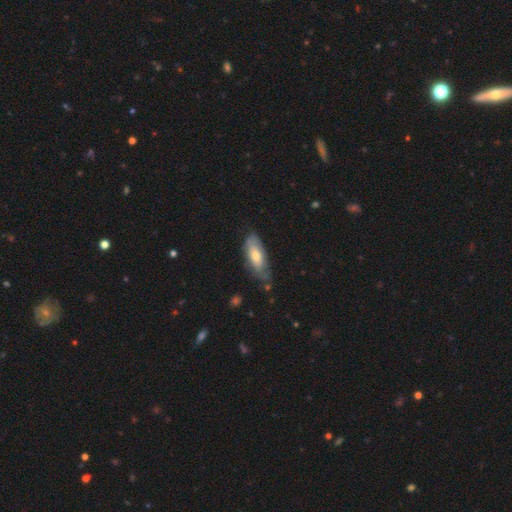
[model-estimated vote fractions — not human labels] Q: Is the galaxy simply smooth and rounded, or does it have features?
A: smooth — 59%.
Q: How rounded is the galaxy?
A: in between — 74%.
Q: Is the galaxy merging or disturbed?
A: none — 62%.